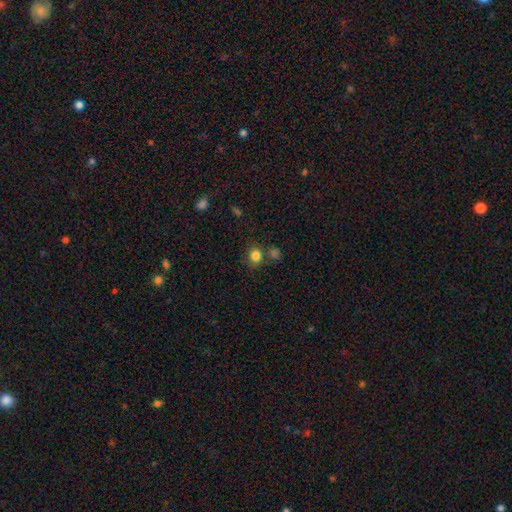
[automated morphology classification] This is clearly a smooth galaxy (82%). How rounded: likely round (74%). Merging: likely none (72%).